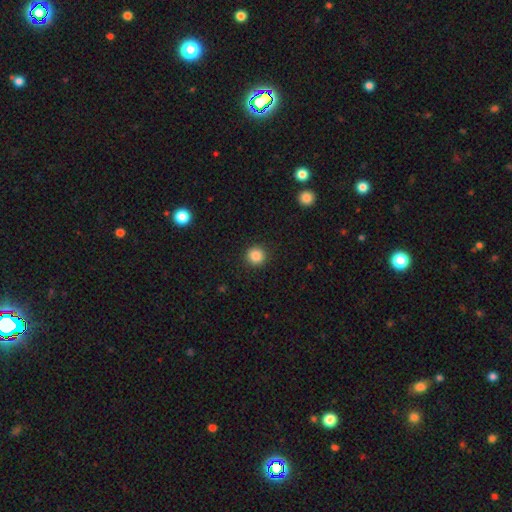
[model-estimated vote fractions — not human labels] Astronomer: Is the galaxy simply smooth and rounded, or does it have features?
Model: smooth — 86%.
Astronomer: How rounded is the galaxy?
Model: round — 94%.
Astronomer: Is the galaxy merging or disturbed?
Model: none — 92%.